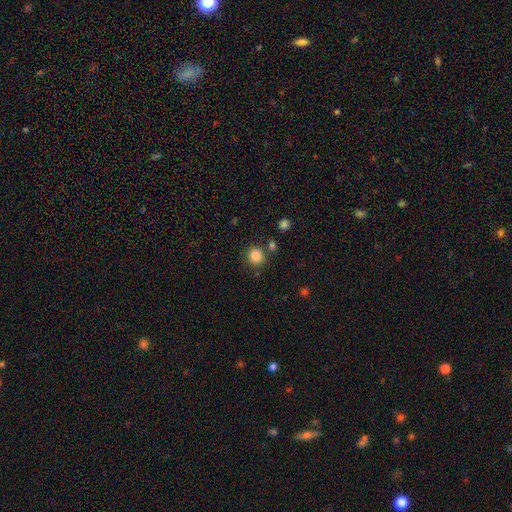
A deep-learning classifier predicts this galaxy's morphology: type=smooth (85%); roundness=round (91%); merging=none (82%).